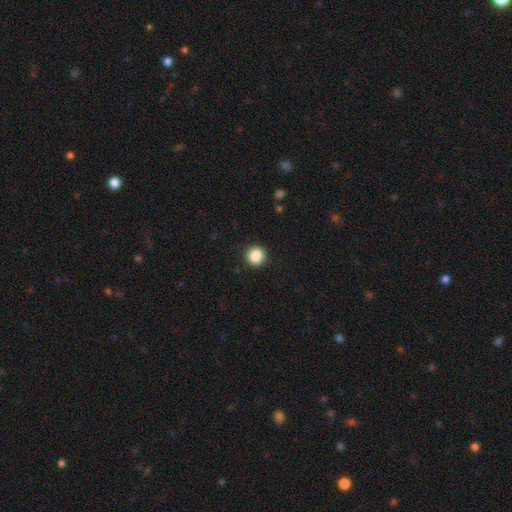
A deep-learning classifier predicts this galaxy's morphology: Smooth or featured? Predicted: smooth (p=0.87). How rounded? Predicted: round (p=0.94). Merging? Predicted: none (p=0.92).